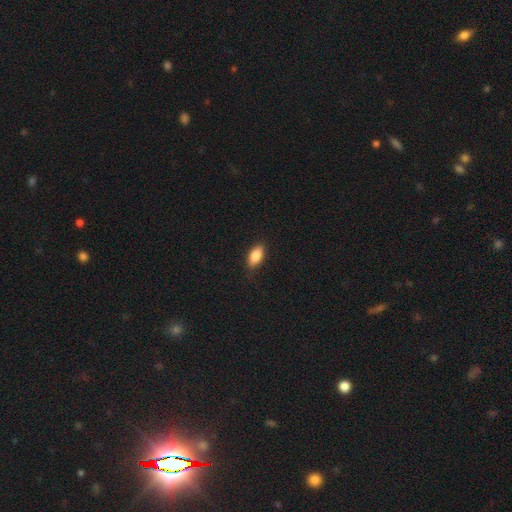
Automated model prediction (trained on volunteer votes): Smooth or featured: smooth — 86% (featured or disk — 7%)
How rounded: in between — 88% (cigar-shaped — 8%)
Merging: none — 83% (minor disturbance — 13%)